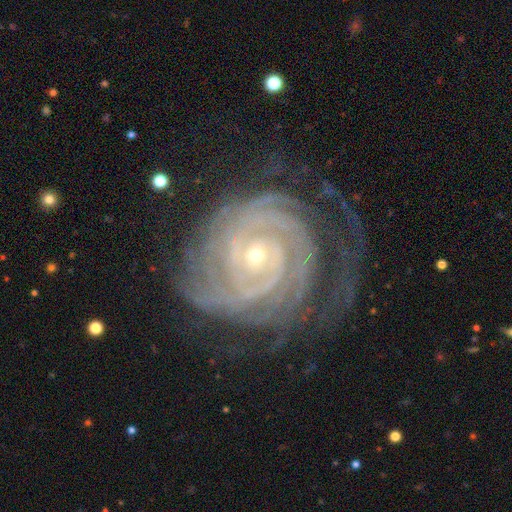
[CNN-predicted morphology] Smooth or featured? featured or disk (92%)
Edge-on disk? no (97%)
Bar? no (64%)
Spiral arms? yes (98%)
Spiral winding? tight (86%)
Spiral arm count? 2 (25%)
Bulge size? small (69%)
Merging? none (67%)